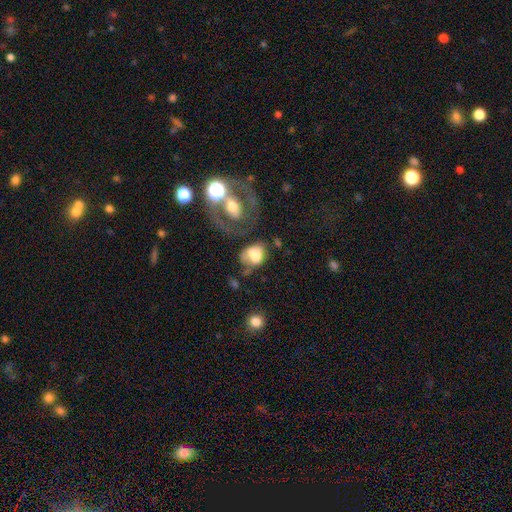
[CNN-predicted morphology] Smooth or featured? Predicted: smooth (p=0.64). How rounded? Predicted: in between (p=0.68). Merging? Predicted: none (p=0.32).